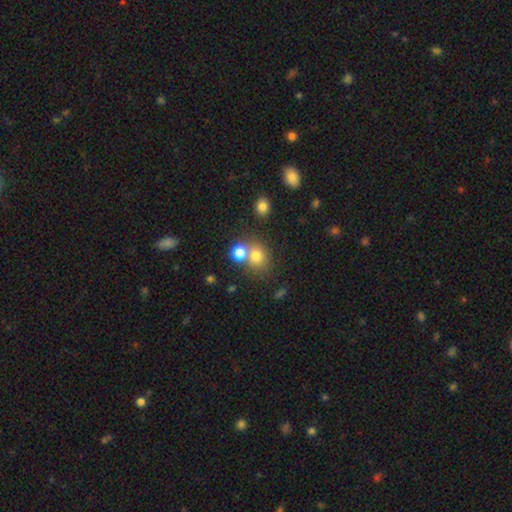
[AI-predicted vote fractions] smooth-or-featured: smooth: 75% | star or artifact: 15% | featured or disk: 11%
  how-rounded: round: 74% | in between: 25% | cigar-shaped: 1%
  merging: none: 49% | merger: 38% | minor disturbance: 8% | major disturbance: 4%